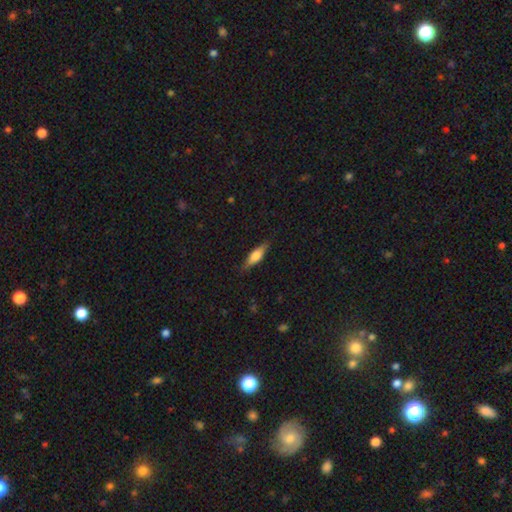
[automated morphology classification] The model was most divided on "how rounded": cigar-shaped: 50%, in between: 47%, round: 3%. More confident: merging — none (81%); smooth or featured — smooth (61%).